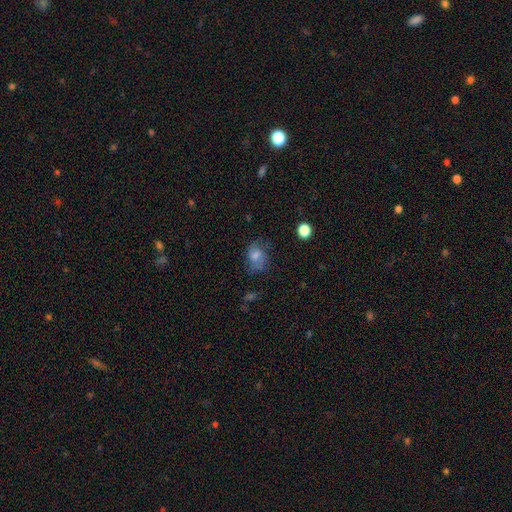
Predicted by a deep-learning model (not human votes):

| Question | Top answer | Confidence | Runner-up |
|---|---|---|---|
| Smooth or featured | smooth | 51% | featured or disk (35%) |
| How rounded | in between | 60% | round (39%) |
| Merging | none | 62% | minor disturbance (24%) |